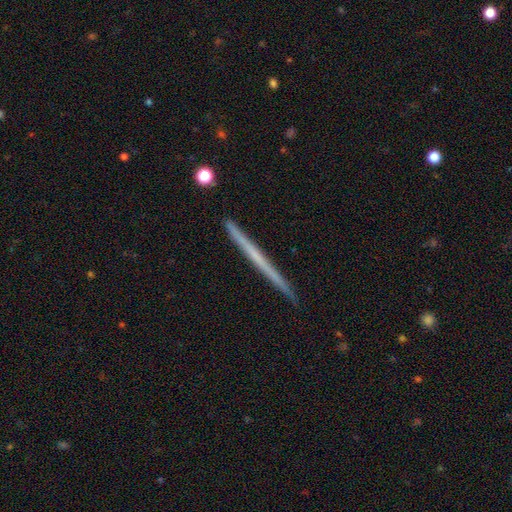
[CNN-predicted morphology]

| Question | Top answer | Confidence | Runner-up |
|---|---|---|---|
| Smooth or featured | featured or disk | 56% | smooth (37%) |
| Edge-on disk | yes | 98% | no (2%) |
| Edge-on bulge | none | 88% | rounded (9%) |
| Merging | none | 92% | minor disturbance (6%) |